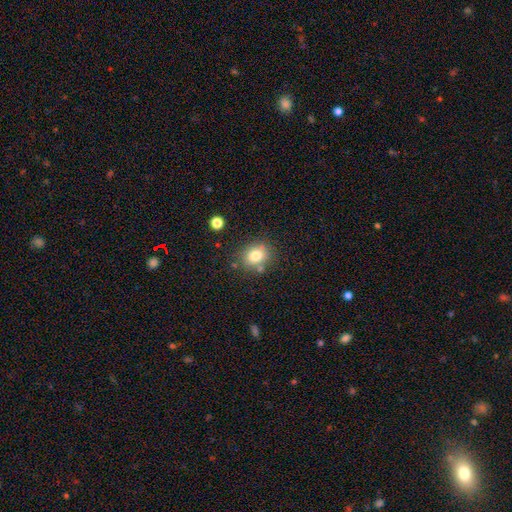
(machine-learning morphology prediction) smooth 79%, star or artifact 11%, featured or disk 10%. Down the decision tree: how rounded — round (59%); merging — none (74%).